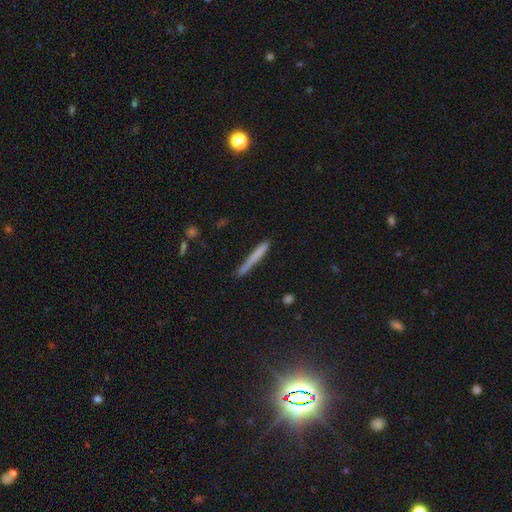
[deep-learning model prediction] smooth 69%, featured or disk 24%, star or artifact 8%. Down the decision tree: how rounded — cigar-shaped (96%); merging — none (82%).